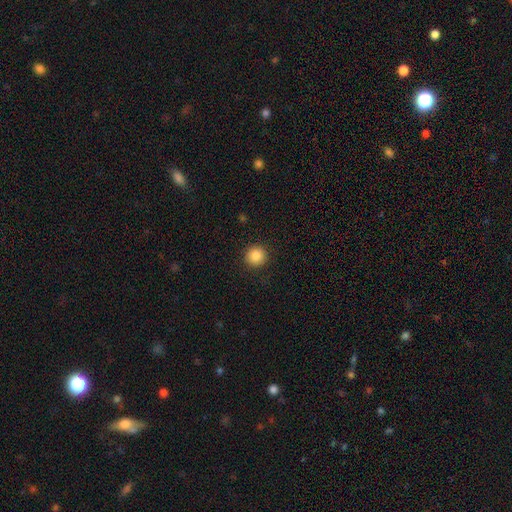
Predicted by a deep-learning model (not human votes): The model was most divided on "smooth or featured": smooth: 86%, star or artifact: 10%, featured or disk: 4%. More confident: how rounded — round (95%); merging — none (92%).